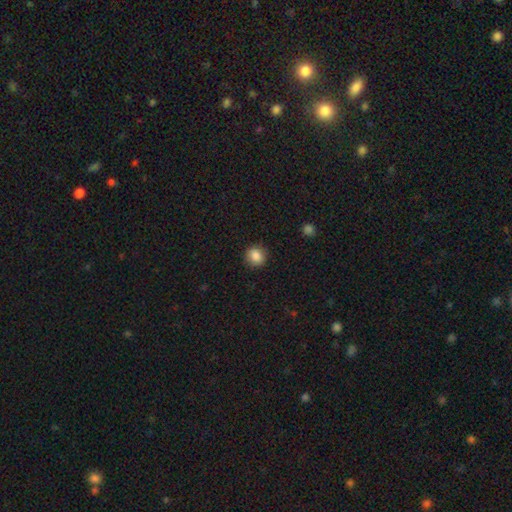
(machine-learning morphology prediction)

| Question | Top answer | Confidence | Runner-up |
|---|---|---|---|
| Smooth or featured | smooth | 86% | star or artifact (9%) |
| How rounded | round | 84% | in between (15%) |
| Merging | none | 87% | minor disturbance (9%) |